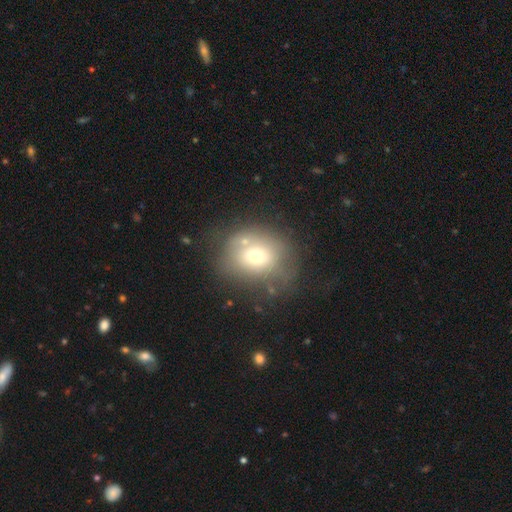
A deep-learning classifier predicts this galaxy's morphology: Smooth or featured? smooth (64%)
How rounded? round (56%)
Merging? none (52%)